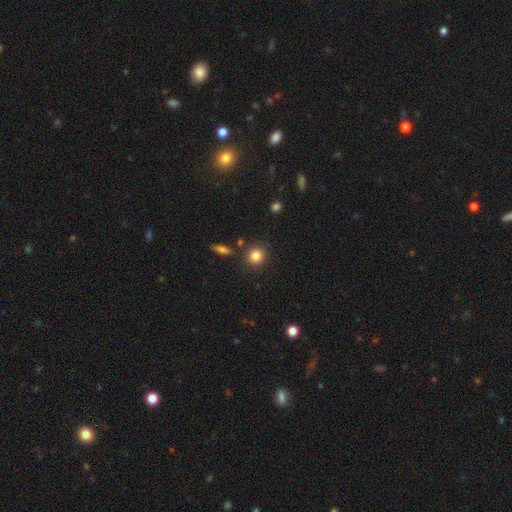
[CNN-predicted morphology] Smooth or featured? Predicted: smooth (p=0.85). How rounded? Predicted: round (p=0.87). Merging? Predicted: none (p=0.84).